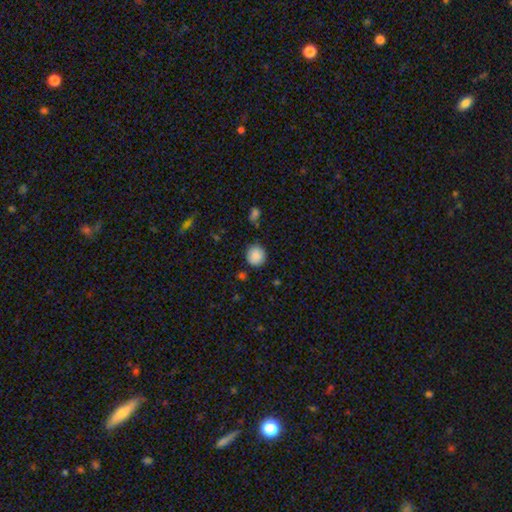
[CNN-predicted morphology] A smooth galaxy with no disk features (87%) that is round (88%).

Vote fractions:
- Smooth or featured? smooth: 87% / star or artifact: 8% / featured or disk: 5%
- How rounded? round: 88% / in between: 11% / cigar-shaped: 1%
- Merging? none: 83% / minor disturbance: 12% / major disturbance: 3% / merger: 2%